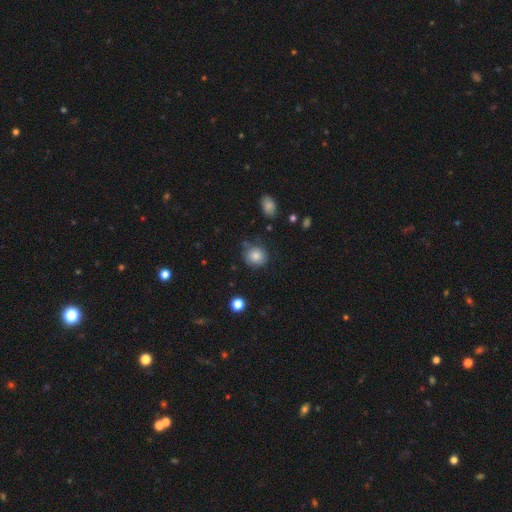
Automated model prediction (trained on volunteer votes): Smooth or featured: smooth — 80% (featured or disk — 10%)
How rounded: round — 83% (in between — 16%)
Merging: none — 73% (minor disturbance — 18%)